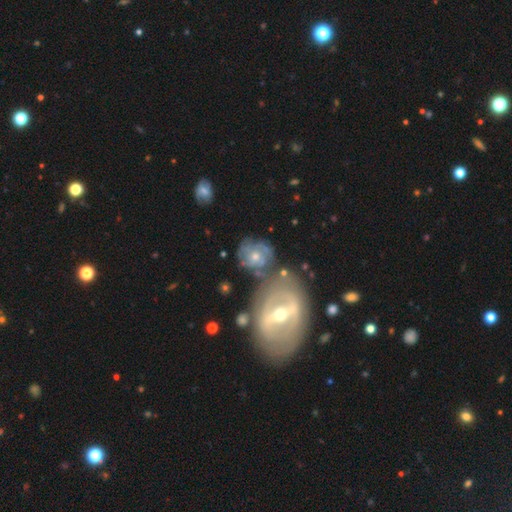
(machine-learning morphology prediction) The model was most divided on "bulge size": moderate: 55%, small: 39%, large: 4%, none: 2%, dominant: 1%. Remaining: edge-on disk — no (93%); smooth or featured — featured or disk (69%); spiral arms — yes (62%); merging — none (55%); bar — no (49%).